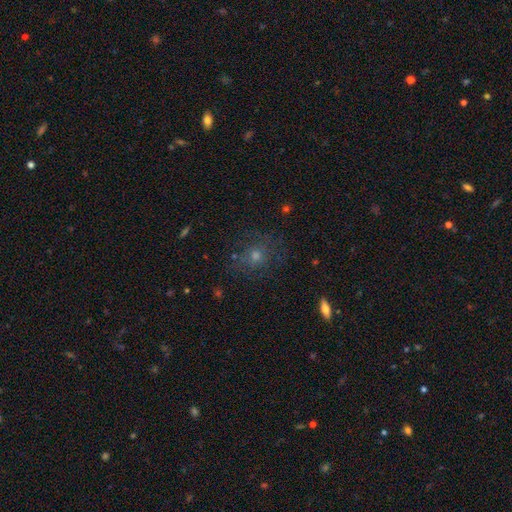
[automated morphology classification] A smooth galaxy with no disk features (47%). Merging: none (77%).